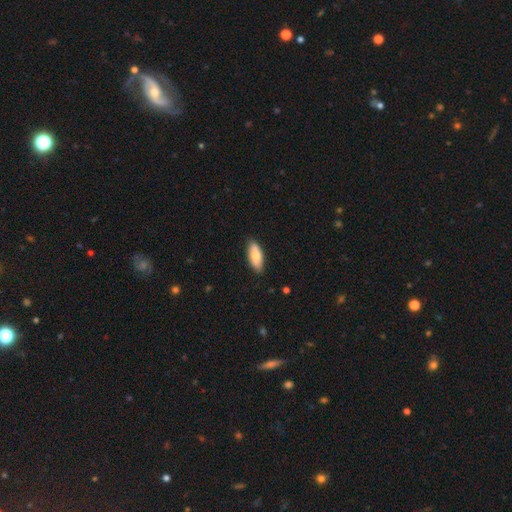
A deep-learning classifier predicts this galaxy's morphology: Overall: smooth (77%). How rounded: in between (75%). Merging: none (86%).